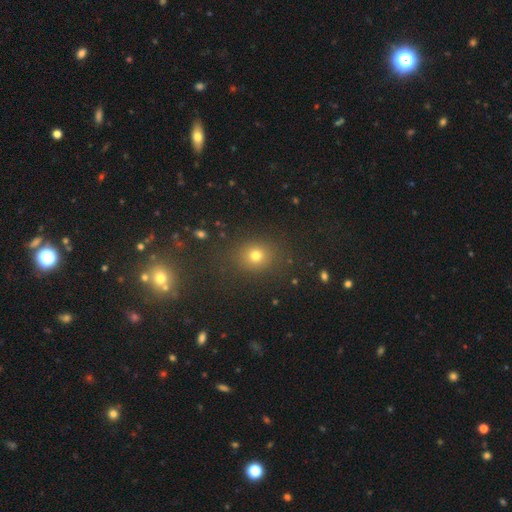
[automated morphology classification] This is likely a smooth galaxy (73%). How rounded: likely round (72%). Merging: clearly none (83%).